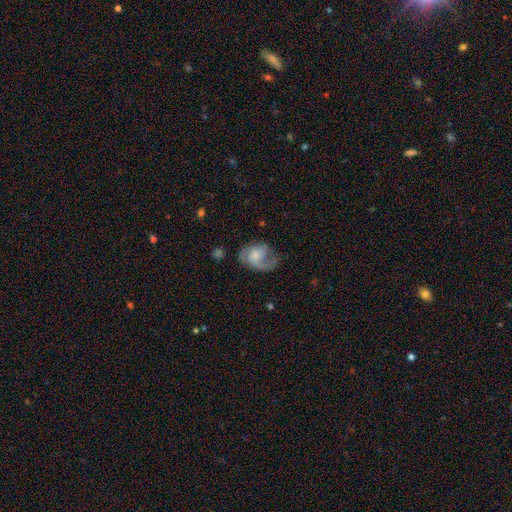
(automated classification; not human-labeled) A featured or disk galaxy (65%) with no bar (66%), 1 (41%) medium (43%) spiral arms (87%) and a small central bulge (52%). Merging: none (44%).